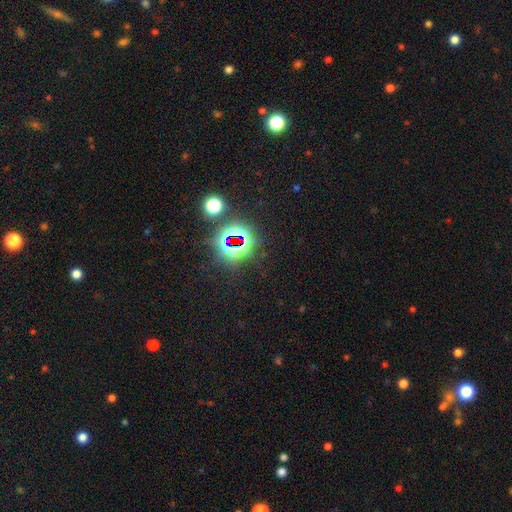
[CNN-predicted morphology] Q: Smooth or featured?
A: star or artifact (82%); runner-up: smooth (11%)